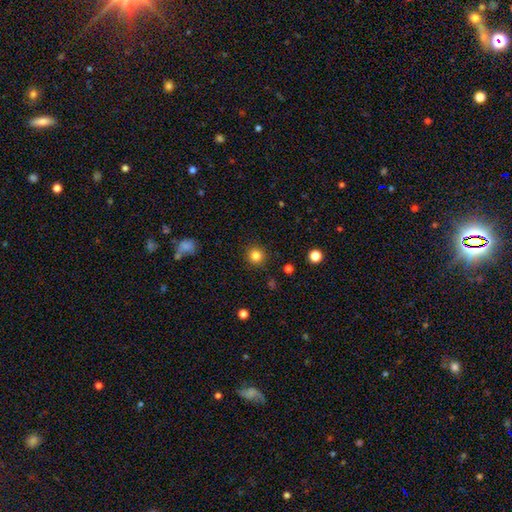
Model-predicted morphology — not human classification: smooth-or-featured: smooth: 83% | star or artifact: 12% | featured or disk: 5%
  how-rounded: round: 93% | in between: 6% | cigar-shaped: 1%
  merging: none: 90% | minor disturbance: 6% | major disturbance: 2% | merger: 1%